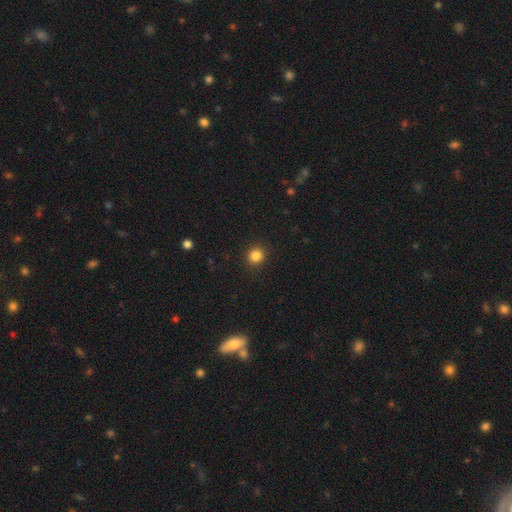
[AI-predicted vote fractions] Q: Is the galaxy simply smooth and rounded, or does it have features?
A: smooth — 84%.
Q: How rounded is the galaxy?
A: round — 89%.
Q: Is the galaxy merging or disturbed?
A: none — 91%.